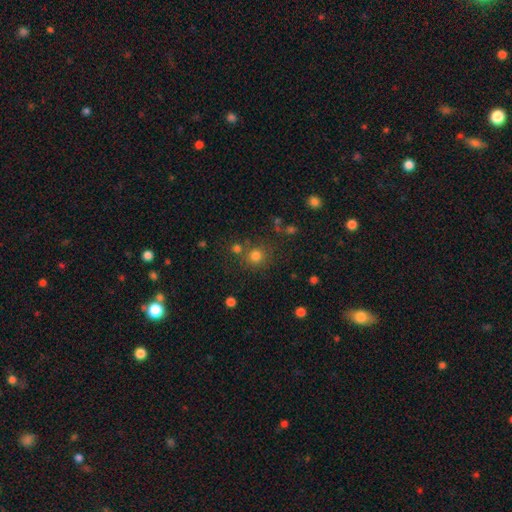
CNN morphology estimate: Q: Smooth or featured?
A: smooth (78%); runner-up: star or artifact (16%)
Q: How rounded?
A: round (91%); runner-up: in between (8%)
Q: Merging?
A: none (74%); runner-up: merger (12%)